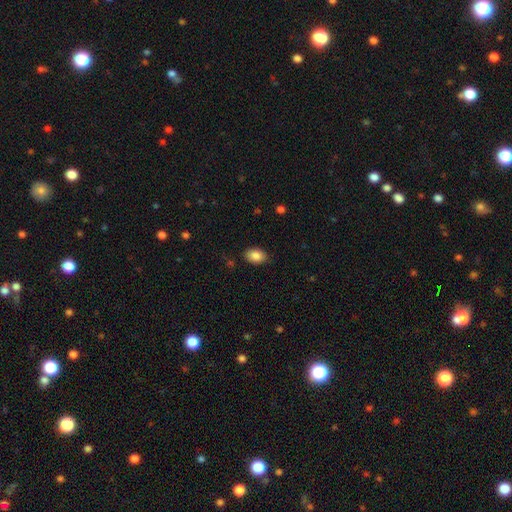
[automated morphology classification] Smooth or featured: smooth — 86% (star or artifact — 8%)
How rounded: in between — 85% (round — 14%)
Merging: none — 85% (minor disturbance — 11%)